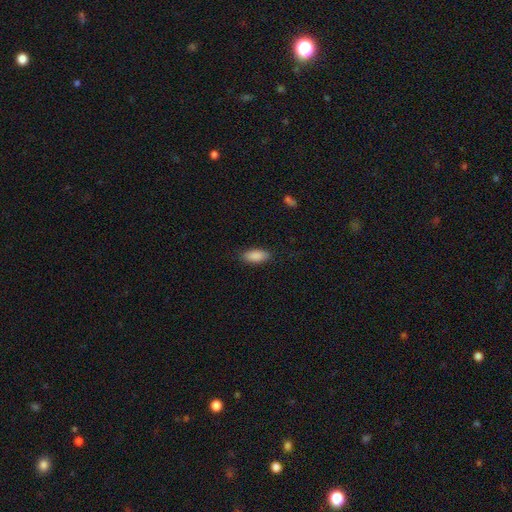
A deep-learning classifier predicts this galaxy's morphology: Smooth or featured? Predicted: smooth (p=0.89). How rounded? Predicted: in between (p=0.88). Merging? Predicted: none (p=0.85).